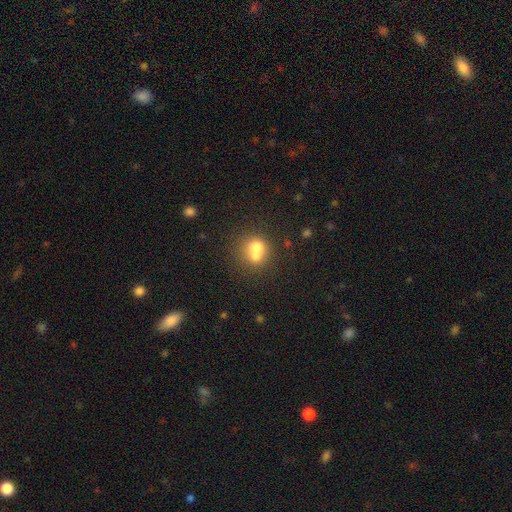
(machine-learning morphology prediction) Q: Smooth or featured?
A: smooth (65%); runner-up: featured or disk (23%)
Q: How rounded?
A: round (77%); runner-up: in between (22%)
Q: Merging?
A: merger (60%); runner-up: none (29%)